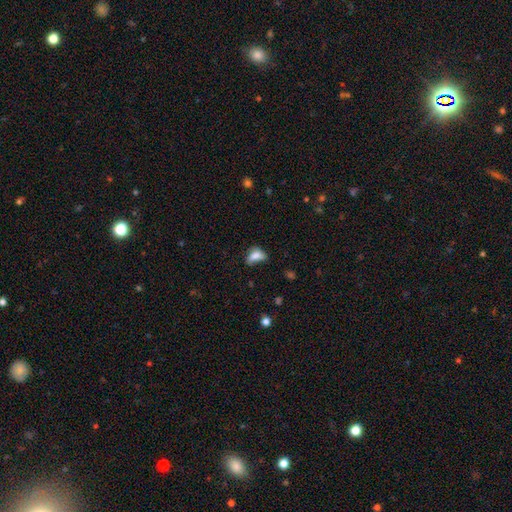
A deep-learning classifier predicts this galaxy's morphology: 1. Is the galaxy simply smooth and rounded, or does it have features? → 72% smooth, 18% featured or disk, 10% star or artifact.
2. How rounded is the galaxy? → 84% in between, 12% round, 4% cigar-shaped.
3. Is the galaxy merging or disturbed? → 35% minor disturbance, 31% none, 27% major disturbance, 7% merger.